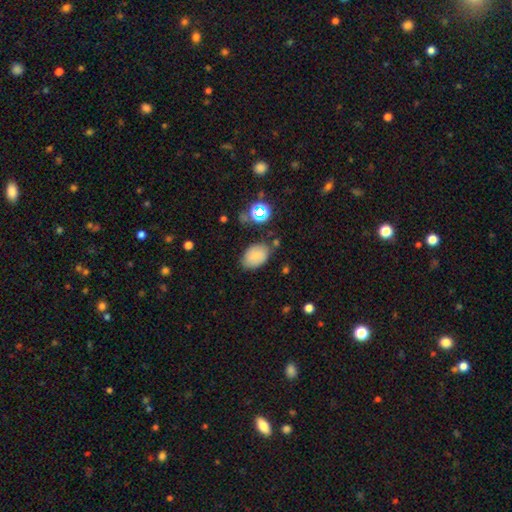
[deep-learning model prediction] Morphology: type=smooth (78%); roundness=in between (85%); merging=none (74%).